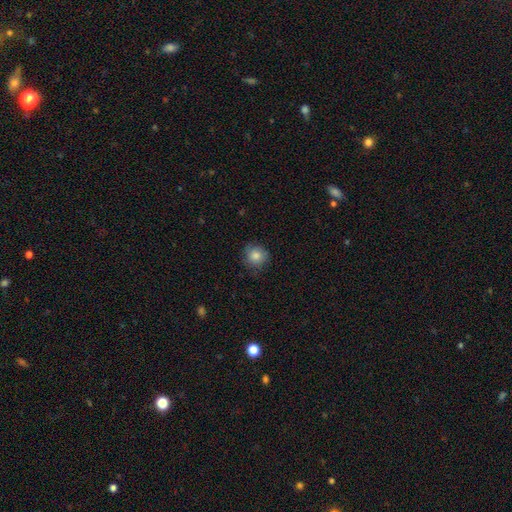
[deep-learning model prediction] Smooth or featured? smooth (84%)
How rounded? round (91%)
Merging? none (79%)